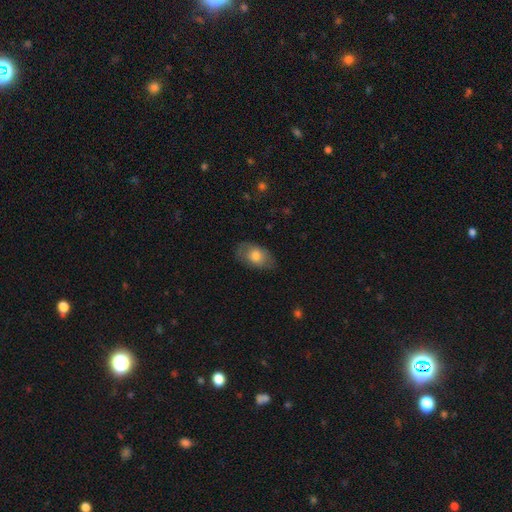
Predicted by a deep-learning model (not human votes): A smooth galaxy with no disk features (74%) that is in between round and cigar-shaped (90%).

Vote fractions:
- Smooth or featured? smooth: 74% / featured or disk: 19% / star or artifact: 7%
- How rounded? in between: 90% / round: 8% / cigar-shaped: 2%
- Merging? none: 73% / minor disturbance: 21% / major disturbance: 5% / merger: 1%